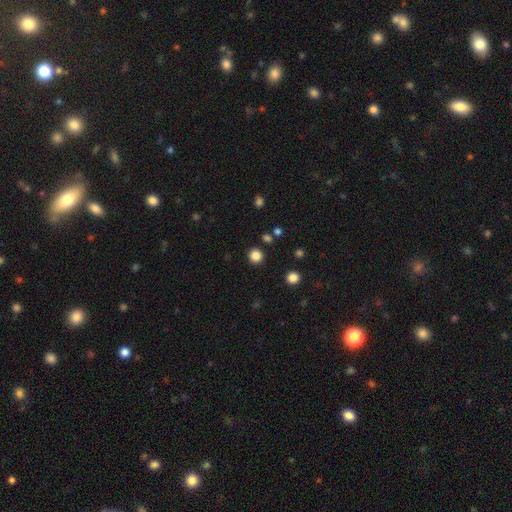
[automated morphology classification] A smooth galaxy with no disk features (84%) that is round (94%). Merging: none (90%).